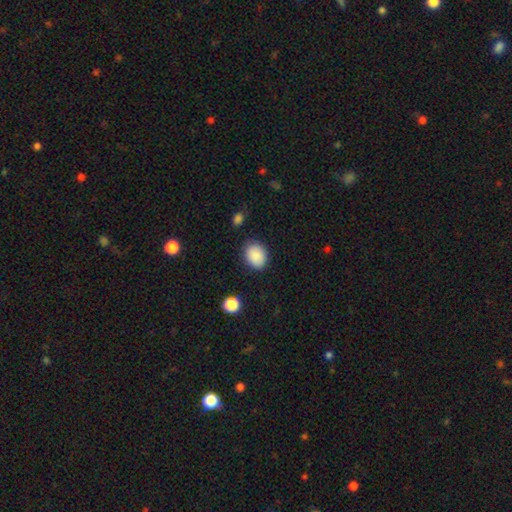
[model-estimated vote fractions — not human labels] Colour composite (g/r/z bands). It shows a smooth galaxy with no disk features (87%) that is in between round and cigar-shaped (57%). Merging: none (83%).